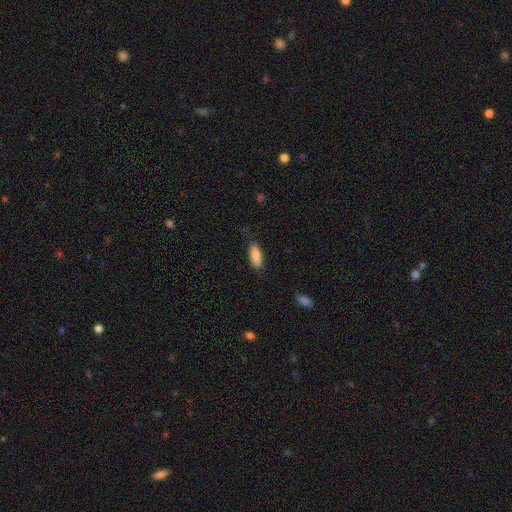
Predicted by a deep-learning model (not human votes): Q: Smooth or featured?
A: smooth (85%); runner-up: featured or disk (8%)
Q: How rounded?
A: in between (71%); runner-up: cigar-shaped (28%)
Q: Merging?
A: none (81%); runner-up: minor disturbance (15%)